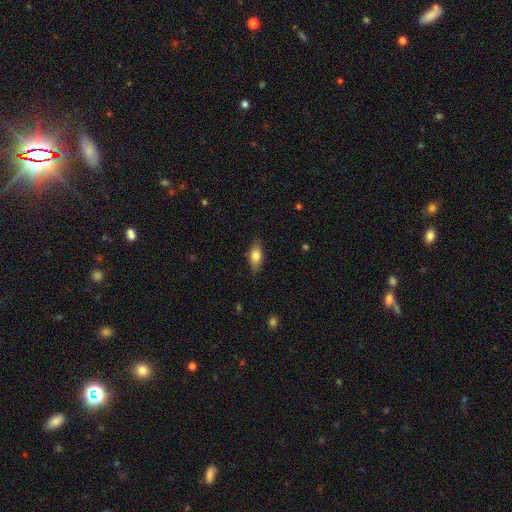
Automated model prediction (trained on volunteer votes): smooth_or_featured: smooth (p=0.72) [alt: featured or disk p=0.21]
how_rounded: in between (p=0.80) [alt: cigar-shaped p=0.16]
merging: none (p=0.82) [alt: minor disturbance p=0.14]